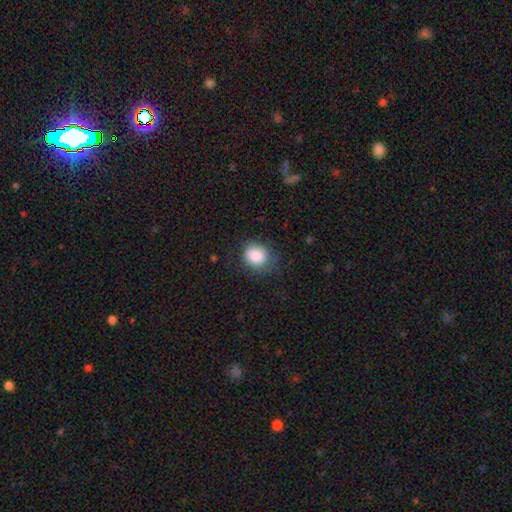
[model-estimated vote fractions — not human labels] A smooth galaxy with no disk features (86%) that is round (74%).

Vote fractions:
- Smooth or featured? smooth: 86% / star or artifact: 8% / featured or disk: 6%
- How rounded? round: 74% / in between: 25% / cigar-shaped: 1%
- Merging? none: 72% / minor disturbance: 18% / major disturbance: 8% / merger: 1%